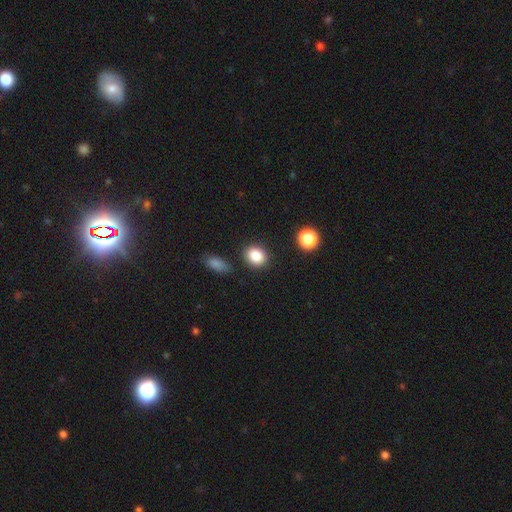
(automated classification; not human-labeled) smooth-or-featured: smooth: 85% | star or artifact: 10% | featured or disk: 5%
  how-rounded: round: 66% | in between: 33% | cigar-shaped: 1%
  merging: none: 84% | minor disturbance: 9% | merger: 4% | major disturbance: 3%